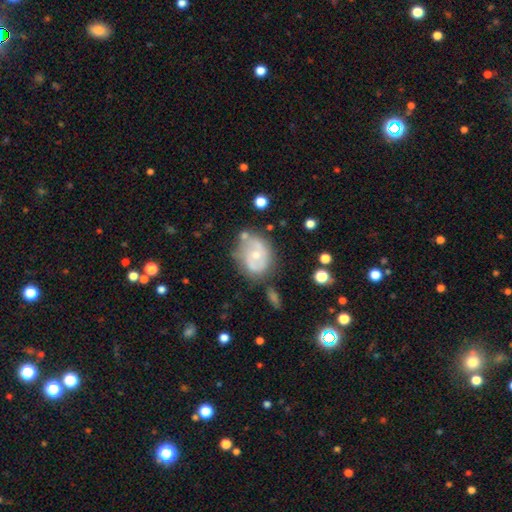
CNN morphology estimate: This appears to be a featured or disk galaxy (60%) with no bar (71%), spiral arms (64%) and a moderate central bulge (51%). Merging: none (55%).